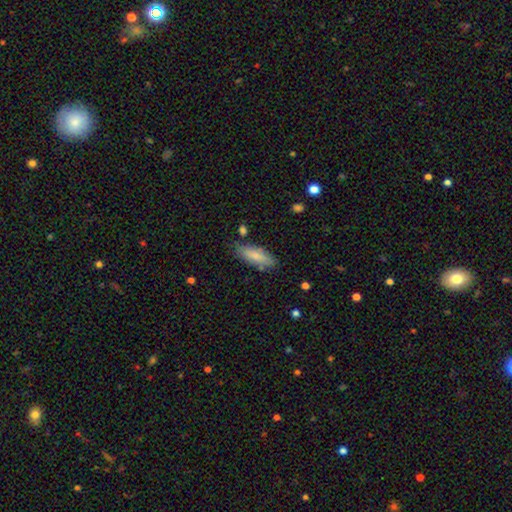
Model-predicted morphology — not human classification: smooth_or_featured: smooth (p=0.79) [alt: featured or disk p=0.15]
how_rounded: in between (p=0.62) [alt: cigar-shaped p=0.36]
merging: none (p=0.77) [alt: minor disturbance p=0.16]